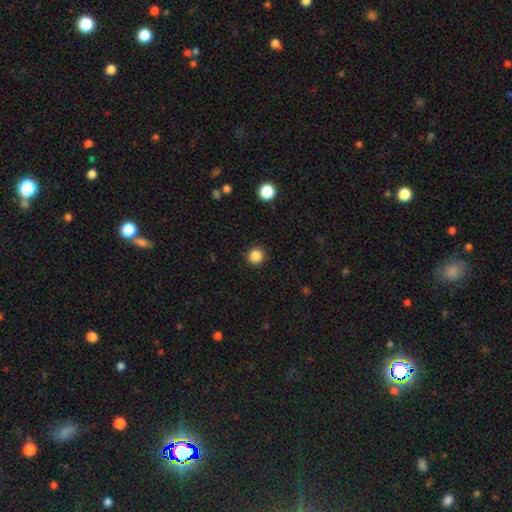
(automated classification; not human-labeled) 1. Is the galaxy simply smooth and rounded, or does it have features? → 86% smooth, 11% star or artifact, 3% featured or disk.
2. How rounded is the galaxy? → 94% round, 5% in between, 1% cigar-shaped.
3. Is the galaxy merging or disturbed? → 92% none, 5% minor disturbance, 2% major disturbance, 1% merger.